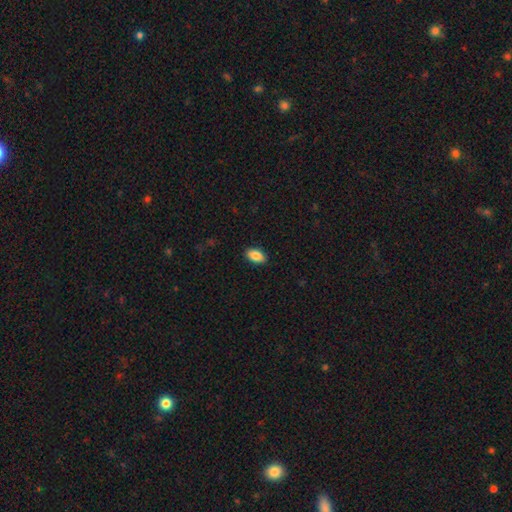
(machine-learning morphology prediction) type=smooth (86%); roundness=in between (93%); merging=none (89%).